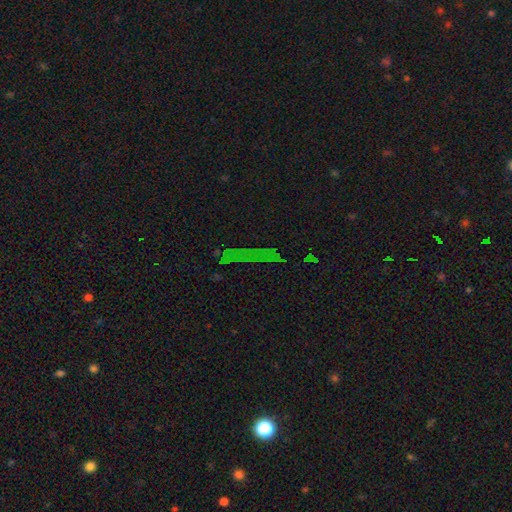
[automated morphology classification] star or artifact 59%, smooth 23%, featured or disk 18%.